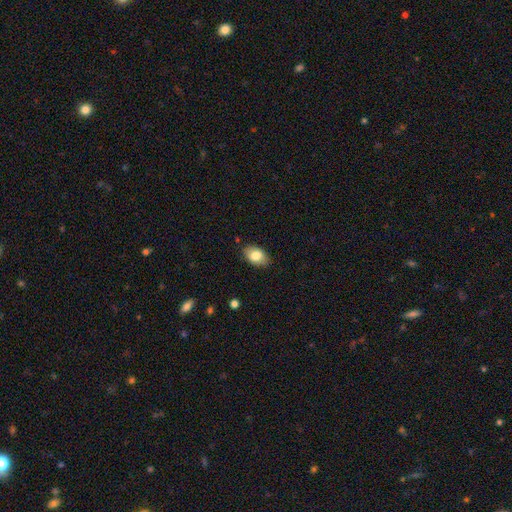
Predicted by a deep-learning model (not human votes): A smooth galaxy with no disk features (81%) that is in between round and cigar-shaped (89%).

Vote fractions:
- Smooth or featured? smooth: 81% / featured or disk: 12% / star or artifact: 7%
- How rounded? in between: 89% / round: 9% / cigar-shaped: 1%
- Merging? none: 84% / minor disturbance: 13% / major disturbance: 2% / merger: 1%